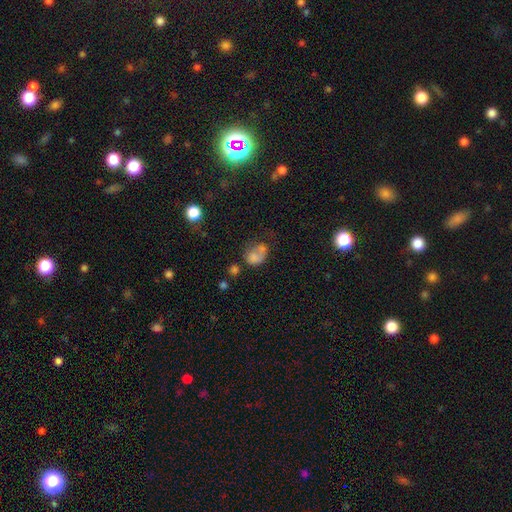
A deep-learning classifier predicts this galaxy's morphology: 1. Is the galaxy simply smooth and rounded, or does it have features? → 69% smooth, 18% featured or disk, 13% star or artifact.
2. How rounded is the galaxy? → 54% in between, 44% round, 1% cigar-shaped.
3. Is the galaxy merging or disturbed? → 34% merger, 27% none, 21% major disturbance, 18% minor disturbance.